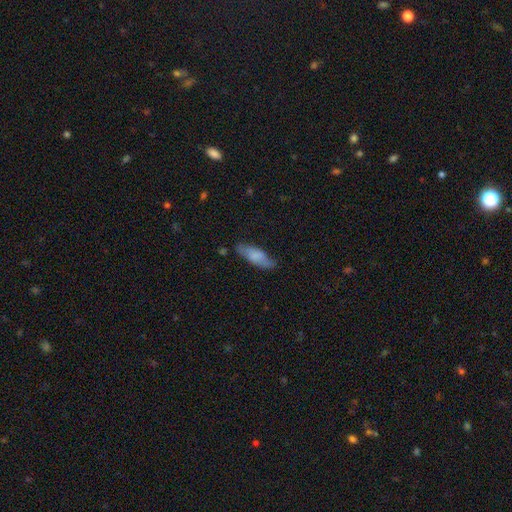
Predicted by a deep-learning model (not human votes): Smooth or featured? Predicted: smooth (p=0.71). How rounded? Predicted: in between (p=0.60). Merging? Predicted: none (p=0.71).